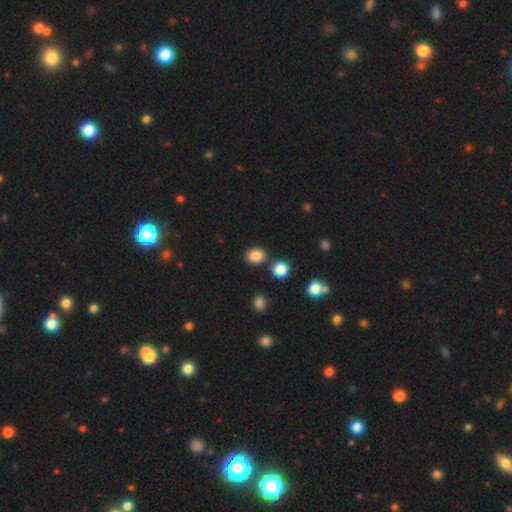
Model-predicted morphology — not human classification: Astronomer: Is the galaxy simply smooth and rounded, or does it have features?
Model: smooth — 85%.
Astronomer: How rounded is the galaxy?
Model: round — 58% (runner-up: in between, 41%).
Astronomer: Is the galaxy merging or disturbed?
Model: none — 79%.